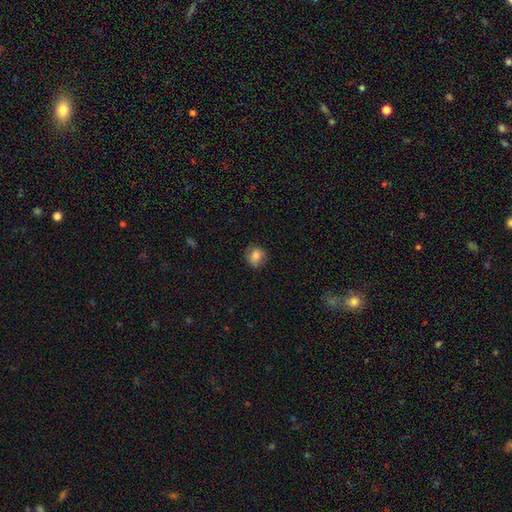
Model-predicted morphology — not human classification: The model was most divided on "merging": none: 83%, minor disturbance: 13%, major disturbance: 3%, merger: 1%. More confident: how rounded — round (87%); smooth or featured — smooth (82%).